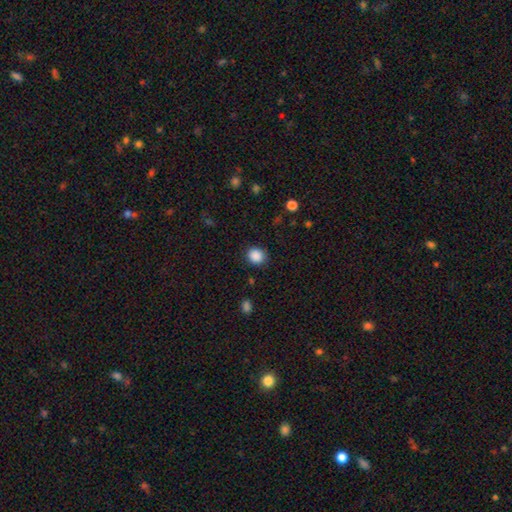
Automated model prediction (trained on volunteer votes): Smooth or featured? smooth (88%)
How rounded? round (78%)
Merging? none (88%)